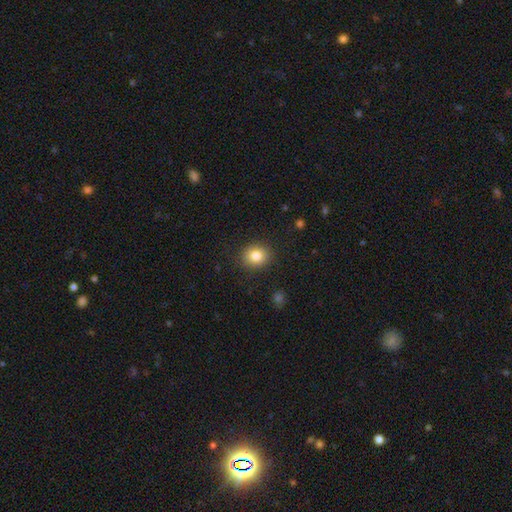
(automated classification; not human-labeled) Smooth or featured? smooth (82%)
How rounded? round (74%)
Merging? none (89%)